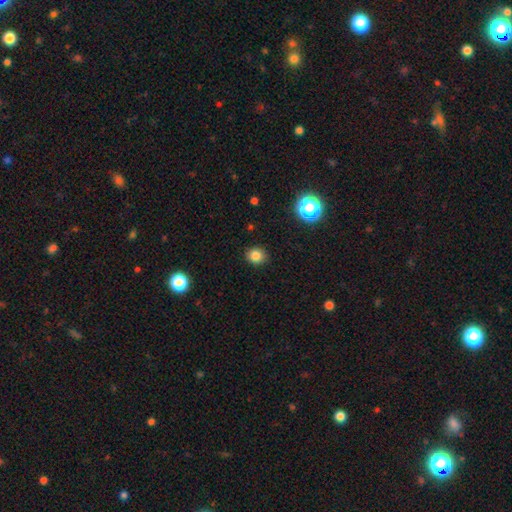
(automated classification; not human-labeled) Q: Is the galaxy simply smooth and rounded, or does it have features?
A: smooth — 82%.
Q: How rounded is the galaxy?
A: round — 76%.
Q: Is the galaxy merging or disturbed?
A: none — 89%.